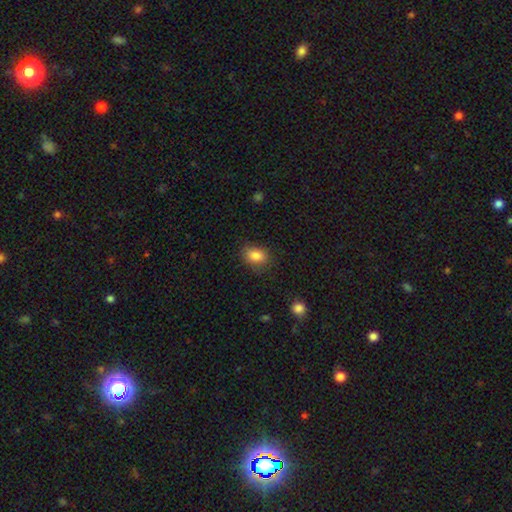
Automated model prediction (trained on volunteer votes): A smooth galaxy with no disk features (85%) that is in between round and cigar-shaped (75%). Merging: none (80%).